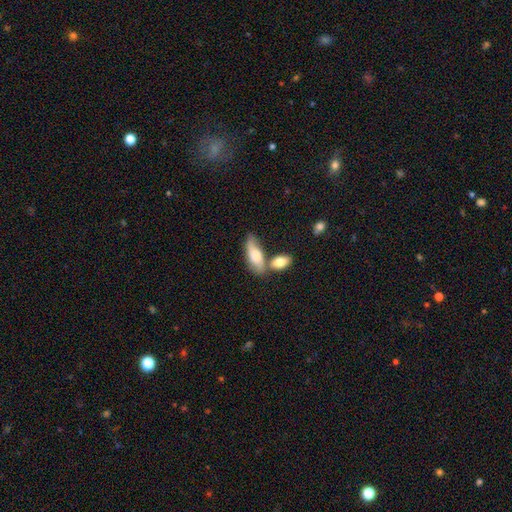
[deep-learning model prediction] This is likely a smooth galaxy (66%). How rounded: likely in between (76%). Merging: marginally none (39%).